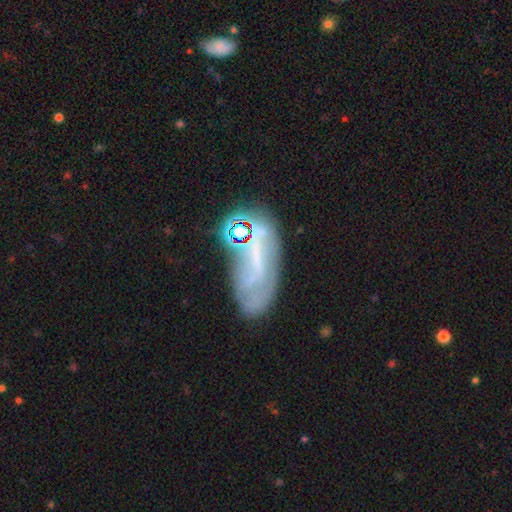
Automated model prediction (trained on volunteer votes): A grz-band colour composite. It shows a featured or disk galaxy (54%). Merging: none (49%).